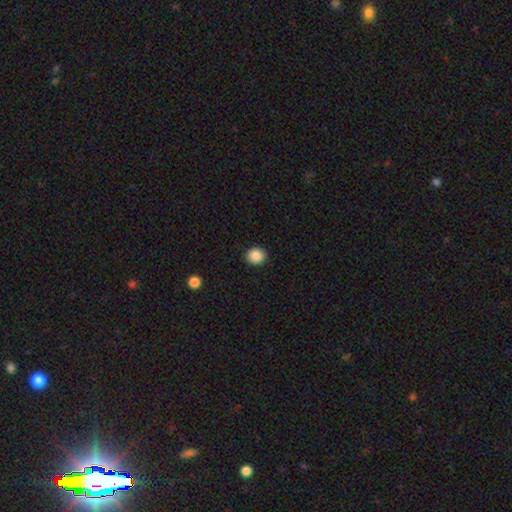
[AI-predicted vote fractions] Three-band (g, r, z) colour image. It shows a smooth galaxy with no disk features (87%) that is round (80%). Merging: none (91%).